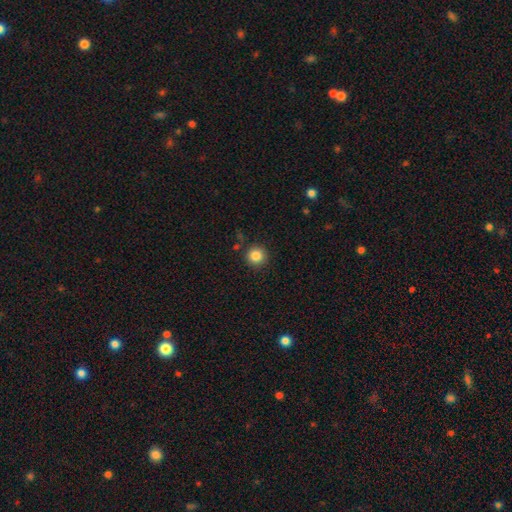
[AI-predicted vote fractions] A smooth galaxy with no disk features (84%) that is round (94%).

Vote fractions:
- Smooth or featured? smooth: 84% / star or artifact: 11% / featured or disk: 5%
- How rounded? round: 94% / in between: 5% / cigar-shaped: 1%
- Merging? none: 89% / minor disturbance: 7% / merger: 2% / major disturbance: 2%